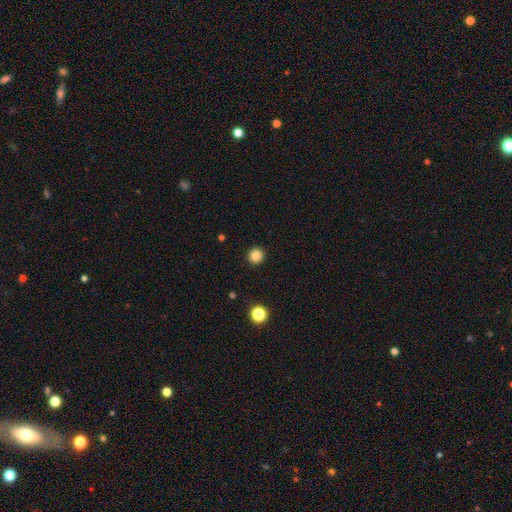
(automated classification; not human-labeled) smooth 84%, star or artifact 12%, featured or disk 4%. Down the decision tree: how rounded — round (95%); merging — none (93%).